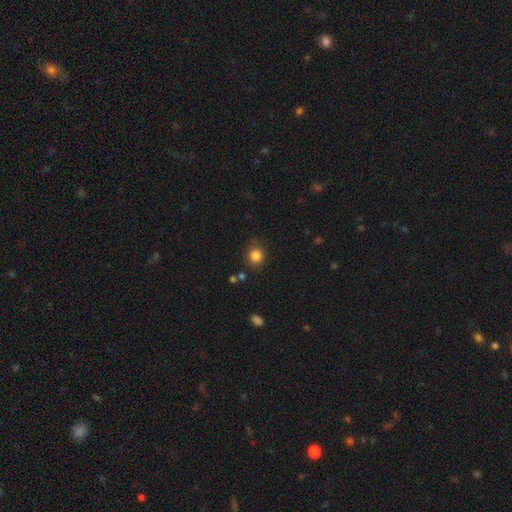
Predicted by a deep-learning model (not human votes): A smooth galaxy with no disk features (84%) that is round (86%). Merging: none (83%).